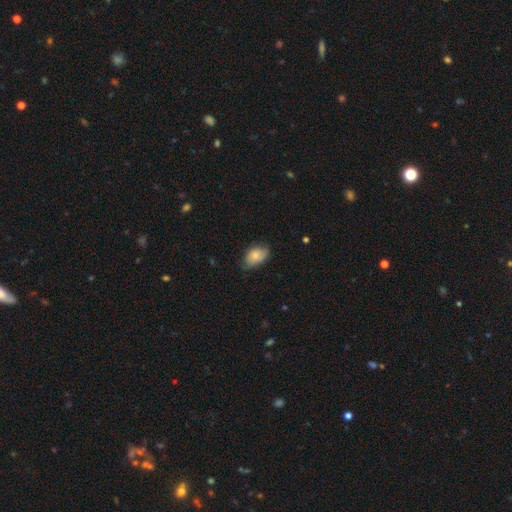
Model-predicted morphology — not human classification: type=smooth (79%); roundness=in between (86%); merging=none (62%).